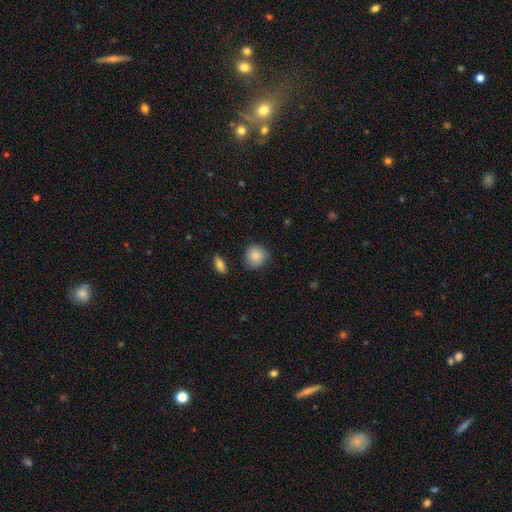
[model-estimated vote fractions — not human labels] smooth-or-featured: smooth: 85% | star or artifact: 8% | featured or disk: 7%
  how-rounded: round: 87% | in between: 12% | cigar-shaped: 1%
  merging: none: 73% | minor disturbance: 20% | major disturbance: 4% | merger: 2%